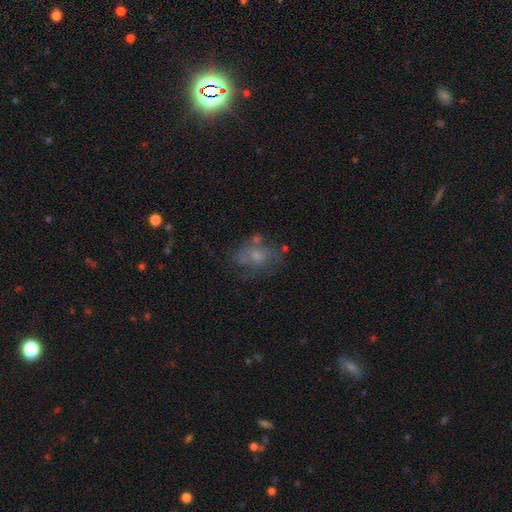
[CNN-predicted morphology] This appears to be a featured or disk galaxy (46%). Merging: none (50%).